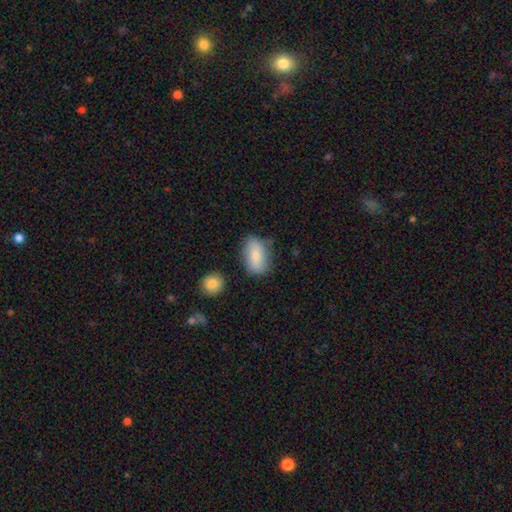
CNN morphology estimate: Smooth or featured? Predicted: smooth (p=0.79). How rounded? Predicted: in between (p=0.88). Merging? Predicted: none (p=0.73).